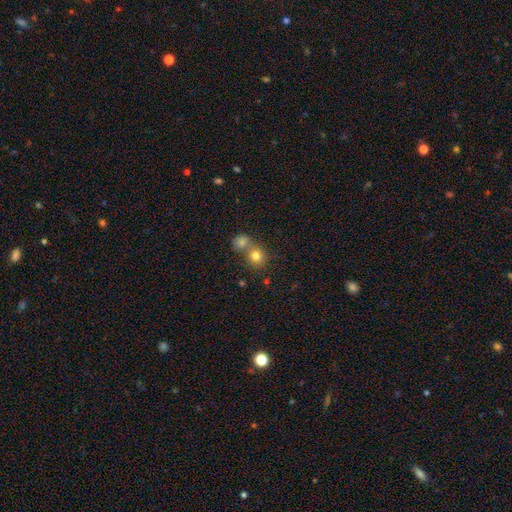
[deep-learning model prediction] Smooth or featured? Predicted: smooth (p=0.78). How rounded? Predicted: round (p=0.82). Merging? Predicted: none (p=0.46).